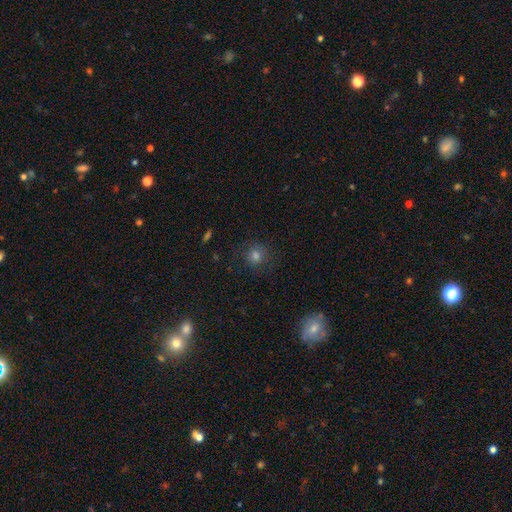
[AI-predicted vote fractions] A smooth galaxy with no disk features (69%) that is round (88%).

Vote fractions:
- Smooth or featured? smooth: 69% / star or artifact: 21% / featured or disk: 10%
- How rounded? round: 88% / in between: 11% / cigar-shaped: 1%
- Merging? none: 83% / minor disturbance: 11% / major disturbance: 5% / merger: 2%